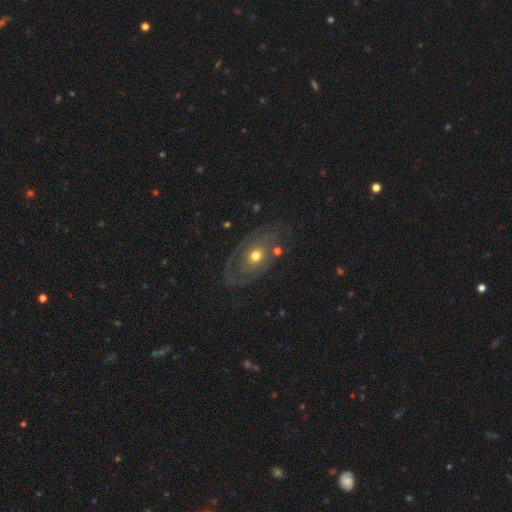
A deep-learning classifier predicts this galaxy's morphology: type=featured or disk (71%); edge-on=no (93%); bar=no (87%); spiral arms=yes (61%); bulge=moderate (71%); merging=none (71%).